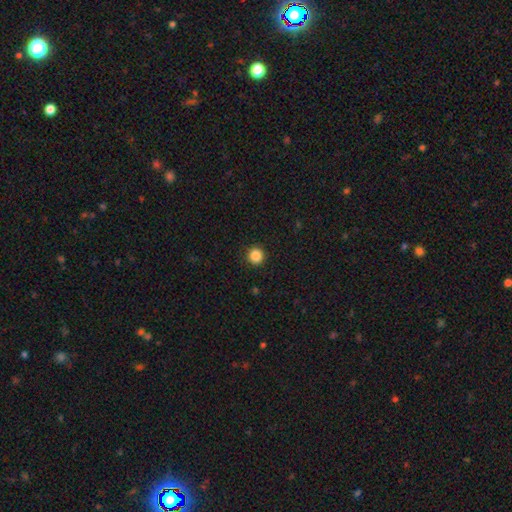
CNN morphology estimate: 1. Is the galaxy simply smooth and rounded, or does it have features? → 86% smooth, 11% star or artifact, 3% featured or disk.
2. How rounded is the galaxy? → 95% round, 4% in between, 1% cigar-shaped.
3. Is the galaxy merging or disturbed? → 93% none, 5% minor disturbance, 2% major disturbance, 1% merger.